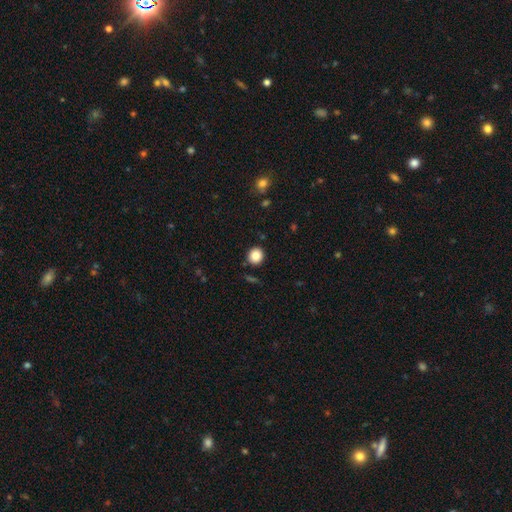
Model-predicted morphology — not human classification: Smooth or featured?
  - smooth: 85% *
  - star or artifact: 10%
  - featured or disk: 5%
How rounded?
  - round: 89% *
  - in between: 11%
  - cigar-shaped: 1%
Merging?
  - none: 90% *
  - minor disturbance: 7%
  - merger: 2%
  - major disturbance: 2%